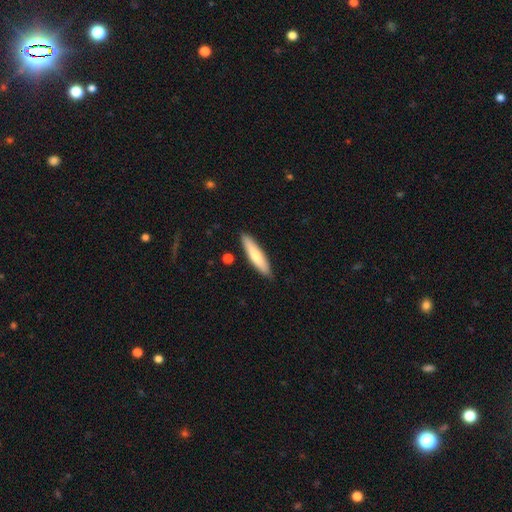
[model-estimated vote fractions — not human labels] Q: Smooth or featured?
A: smooth (72%); runner-up: featured or disk (23%)
Q: How rounded?
A: cigar-shaped (79%); runner-up: in between (20%)
Q: Merging?
A: none (87%); runner-up: minor disturbance (9%)